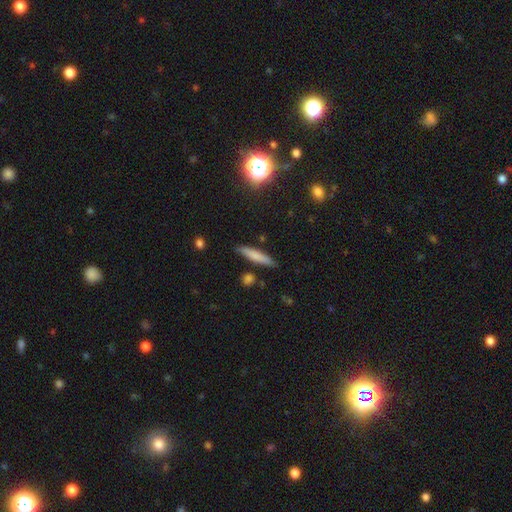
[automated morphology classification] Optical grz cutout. It shows a smooth galaxy with no disk features (74%) that is cigar-shaped (90%). Merging: none (85%).